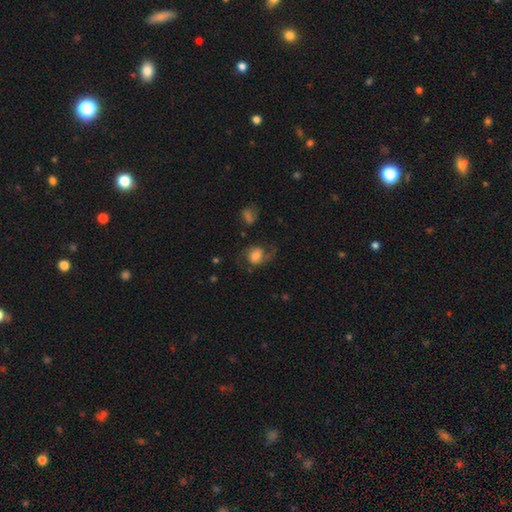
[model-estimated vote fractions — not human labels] Morphology: type=featured or disk (58%); edge-on=no (97%); bar=no (60%); spiral arms=yes (90%); winding=loose (48%); arm count=2 (82%); bulge=large (37%); merging=none (56%).